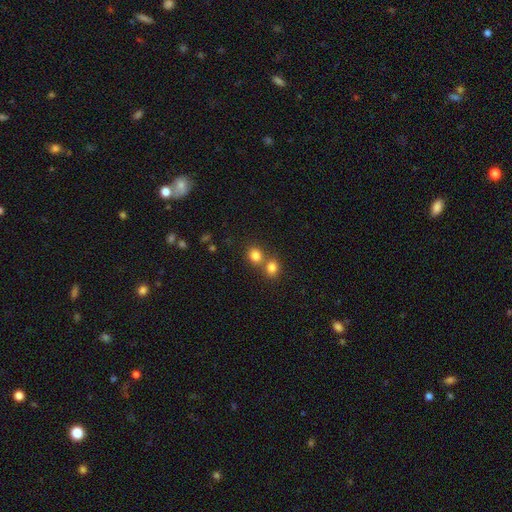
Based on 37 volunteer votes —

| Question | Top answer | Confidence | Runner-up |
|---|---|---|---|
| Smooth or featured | smooth | 86% | star or artifact (8%) |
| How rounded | round | 81% | in between (19%) |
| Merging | none | 53% | merger (41%) |